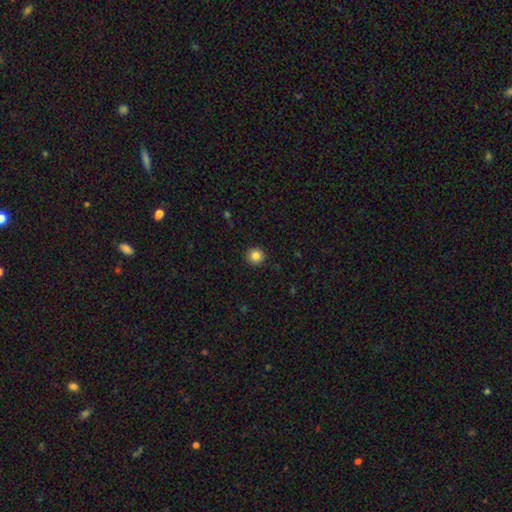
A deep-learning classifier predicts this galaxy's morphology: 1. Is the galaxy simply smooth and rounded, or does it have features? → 85% smooth, 10% star or artifact, 5% featured or disk.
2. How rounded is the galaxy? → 94% round, 5% in between, 1% cigar-shaped.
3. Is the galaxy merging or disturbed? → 92% none, 5% minor disturbance, 2% major disturbance, 1% merger.